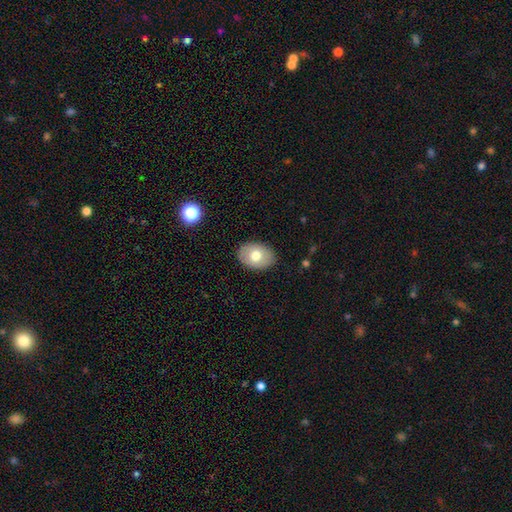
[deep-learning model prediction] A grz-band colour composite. It shows a smooth galaxy with no disk features (72%) that is in between round and cigar-shaped (79%). Merging: none (87%).